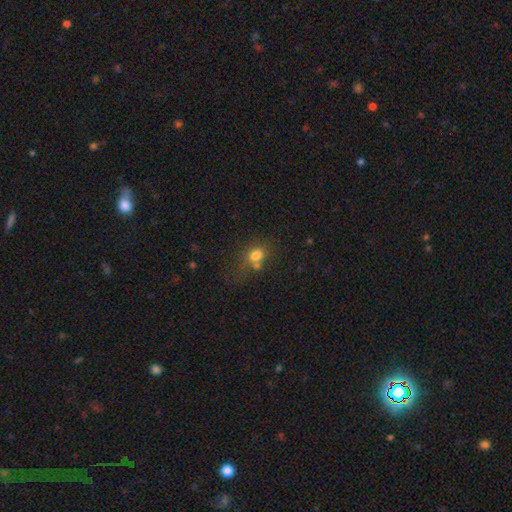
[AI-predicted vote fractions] smooth-or-featured: smooth: 75% | star or artifact: 13% | featured or disk: 11%
  how-rounded: in between: 52% | round: 46% | cigar-shaped: 2%
  merging: none: 43% | merger: 30% | minor disturbance: 16% | major disturbance: 10%